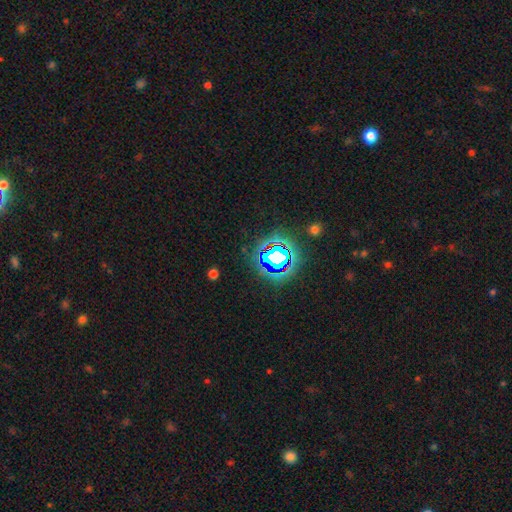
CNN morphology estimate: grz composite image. It shows a star or artifact, not a galaxy (81%).